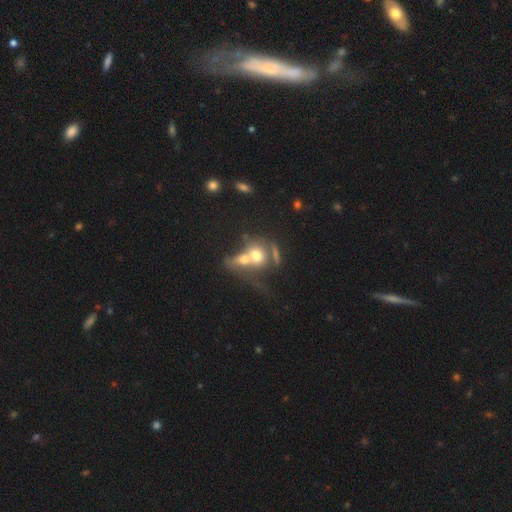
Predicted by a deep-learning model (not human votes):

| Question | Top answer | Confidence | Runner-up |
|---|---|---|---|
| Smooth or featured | smooth | 58% | featured or disk (30%) |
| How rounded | round | 59% | in between (37%) |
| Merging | merger | 73% | none (14%) |